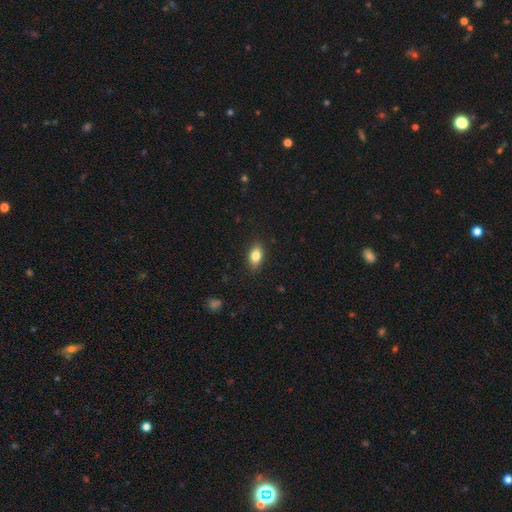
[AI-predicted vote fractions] Smooth or featured: smooth — 81% (featured or disk — 11%)
How rounded: in between — 84% (round — 9%)
Merging: none — 87% (minor disturbance — 10%)